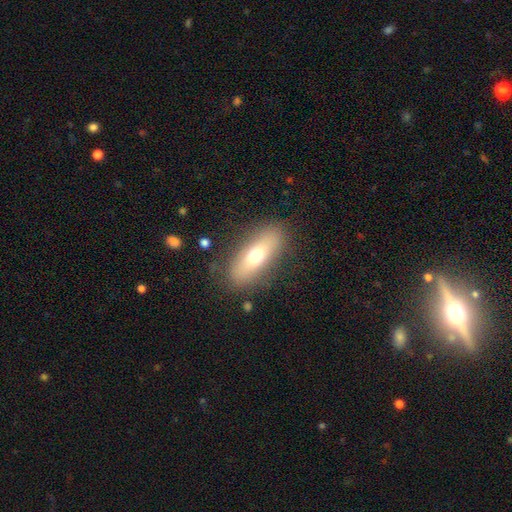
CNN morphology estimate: type=smooth (64%); roundness=in between (61%); merging=none (82%).